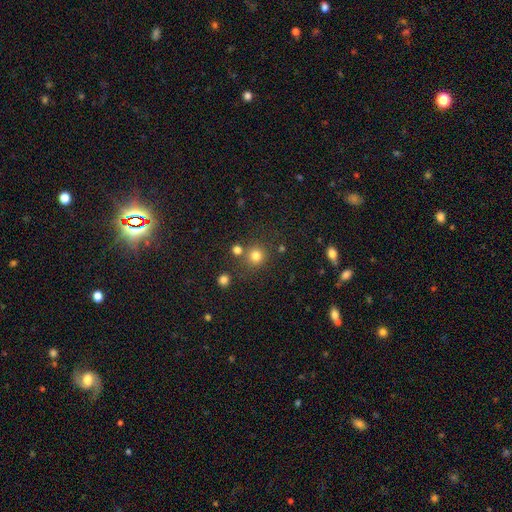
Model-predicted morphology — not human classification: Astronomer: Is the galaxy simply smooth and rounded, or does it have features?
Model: smooth — 78%.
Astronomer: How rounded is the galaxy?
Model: round — 91%.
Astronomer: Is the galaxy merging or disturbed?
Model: none — 77%.